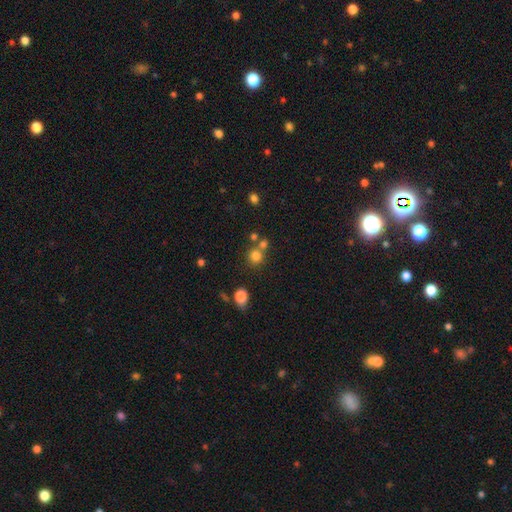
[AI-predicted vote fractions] Smooth or featured: smooth — 76% (star or artifact — 16%)
How rounded: round — 87% (in between — 12%)
Merging: none — 62% (merger — 26%)